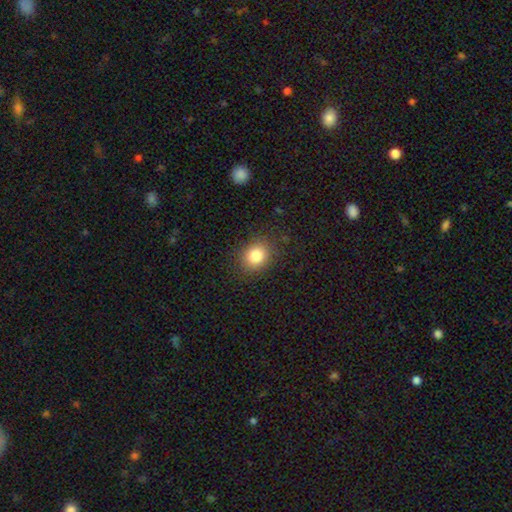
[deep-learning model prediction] A smooth galaxy with no disk features (83%) that is round (67%). Merging: none (86%).